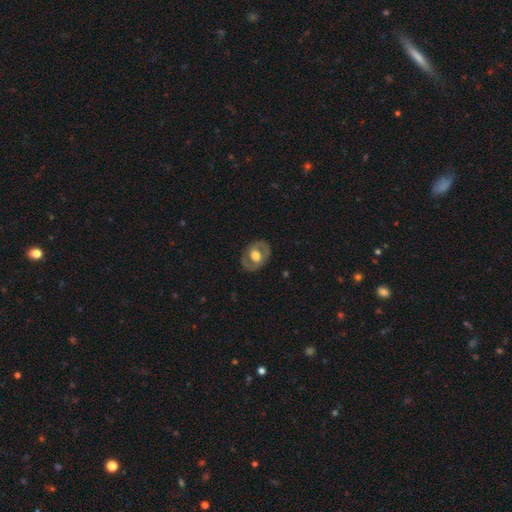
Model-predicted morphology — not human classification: Smooth or featured? featured or disk (61%)
Edge-on disk? no (94%)
Bar? no (63%)
Spiral arms? no (58%)
Bulge size? moderate (52%)
Merging? none (81%)